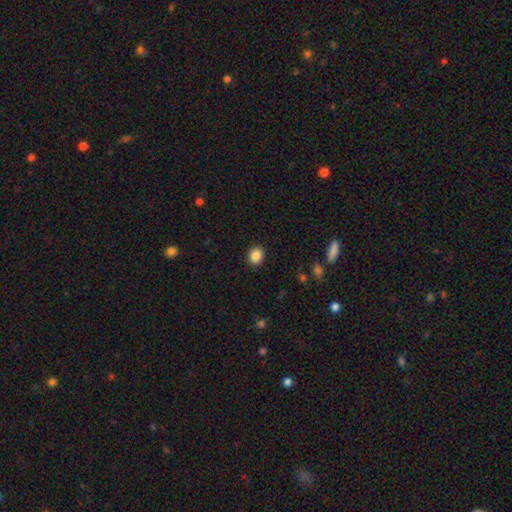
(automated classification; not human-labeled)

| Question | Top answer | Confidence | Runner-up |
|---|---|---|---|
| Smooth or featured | smooth | 86% | star or artifact (10%) |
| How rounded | round | 66% | in between (33%) |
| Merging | none | 91% | minor disturbance (6%) |